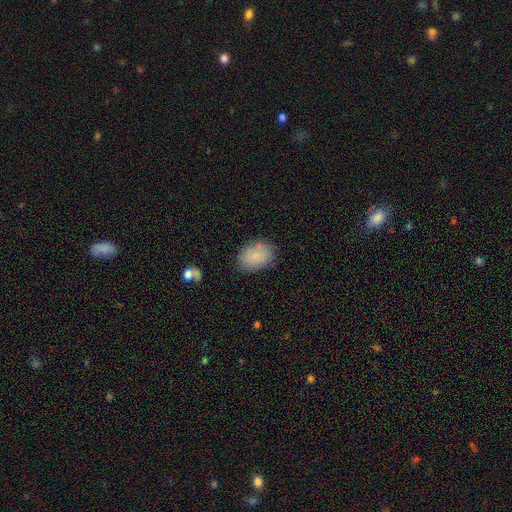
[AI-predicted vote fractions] This appears to be a smooth galaxy with no disk features (82%) that is in between round and cigar-shaped (78%). Merging: none (76%).